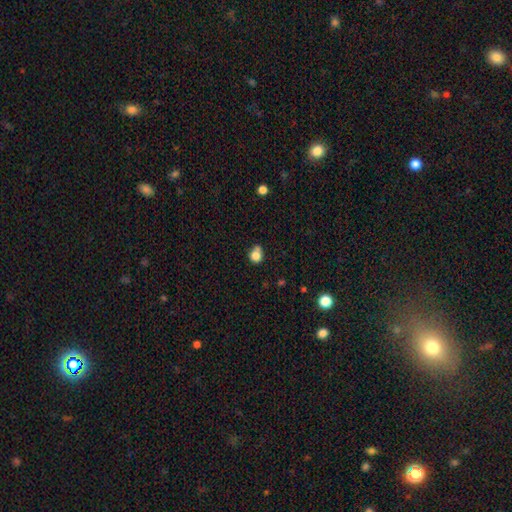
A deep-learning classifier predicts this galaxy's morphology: smooth 81%, star or artifact 11%, featured or disk 8%. Down the decision tree: how rounded — round (74%); merging — none (51%).